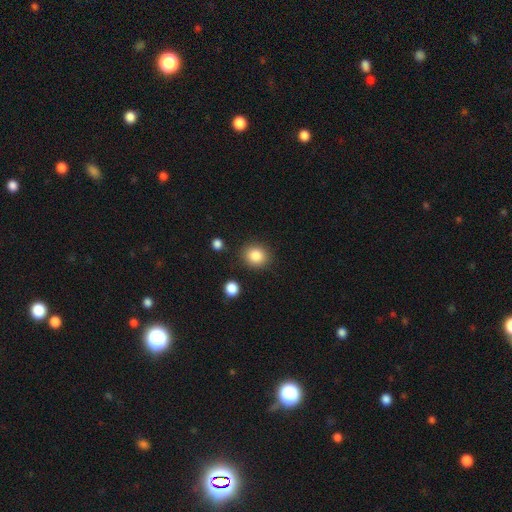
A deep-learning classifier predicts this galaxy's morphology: Smooth or featured: smooth — 85% (star or artifact — 10%)
How rounded: round — 80% (in between — 19%)
Merging: none — 87% (minor disturbance — 8%)